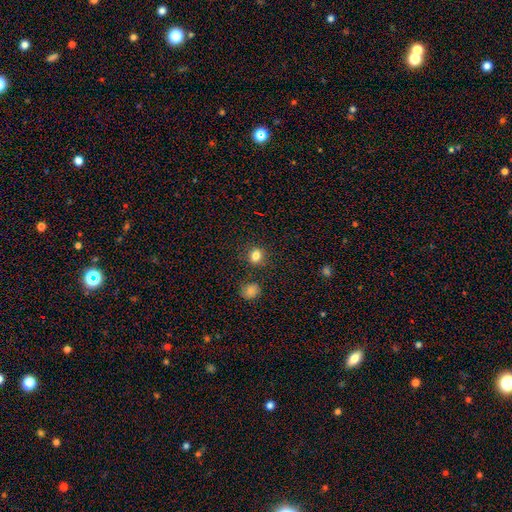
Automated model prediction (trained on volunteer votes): smooth_or_featured: smooth (p=0.82) [alt: star or artifact p=0.12]
how_rounded: round (p=0.66) [alt: in between p=0.32]
merging: none (p=0.85) [alt: minor disturbance p=0.09]